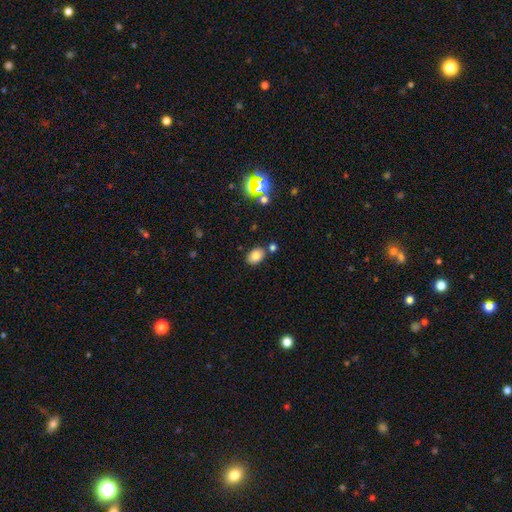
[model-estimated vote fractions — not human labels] Smooth or featured? smooth (81%)
How rounded? in between (79%)
Merging? none (77%)